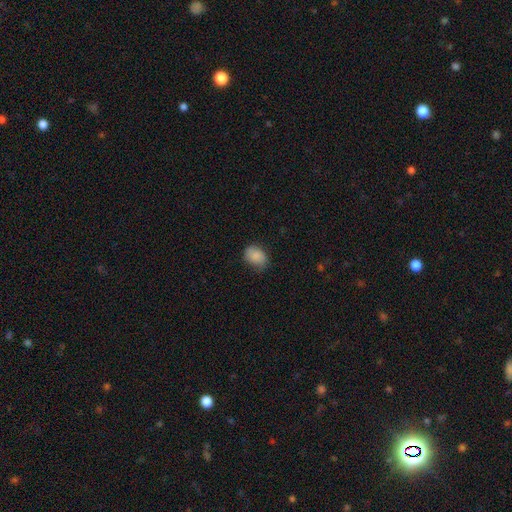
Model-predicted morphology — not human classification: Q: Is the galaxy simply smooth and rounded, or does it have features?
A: smooth — 86%.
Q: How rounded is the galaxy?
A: in between — 69%.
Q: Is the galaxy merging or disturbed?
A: none — 67%.